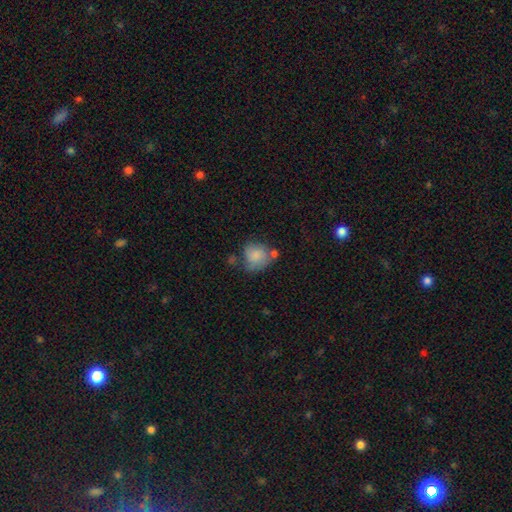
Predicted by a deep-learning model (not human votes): This appears to be a smooth galaxy with no disk features (74%) that is round (69%). Merging: none (41%).